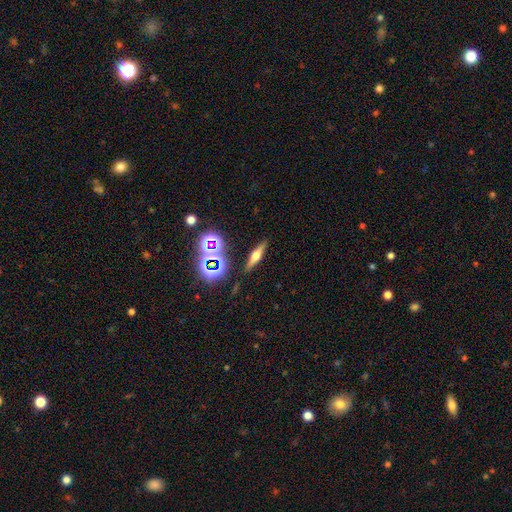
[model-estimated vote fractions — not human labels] The model was most divided on "smooth or featured": featured or disk: 47%, smooth: 36%, star or artifact: 18%. More confident: merging — none (87%).